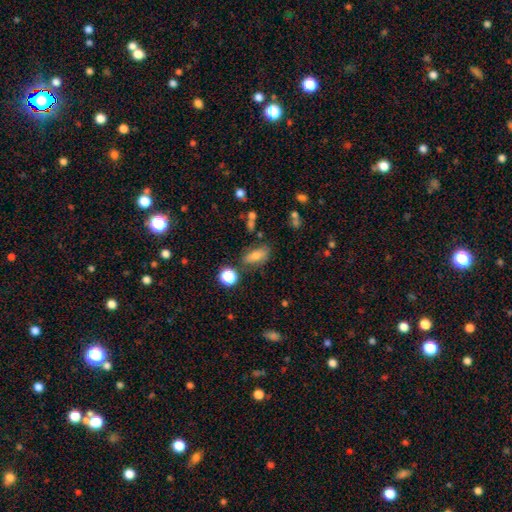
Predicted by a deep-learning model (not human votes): Smooth or featured? Predicted: smooth (p=0.69). How rounded? Predicted: in between (p=0.79). Merging? Predicted: none (p=0.72).